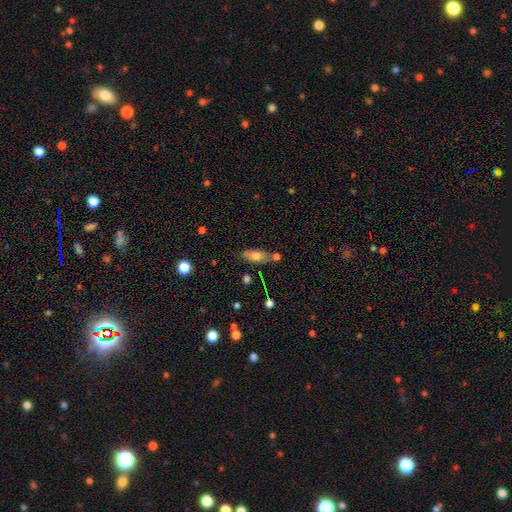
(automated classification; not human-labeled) Overall: smooth (67%). How rounded: in between (79%). Merging: none (68%).